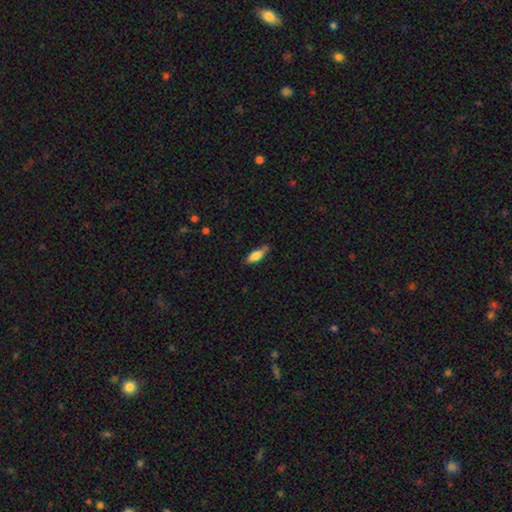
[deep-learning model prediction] smooth_or_featured: smooth (p=0.77) [alt: featured or disk p=0.16]
how_rounded: in between (p=0.62) [alt: cigar-shaped p=0.36]
merging: none (p=0.68) [alt: minor disturbance p=0.25]